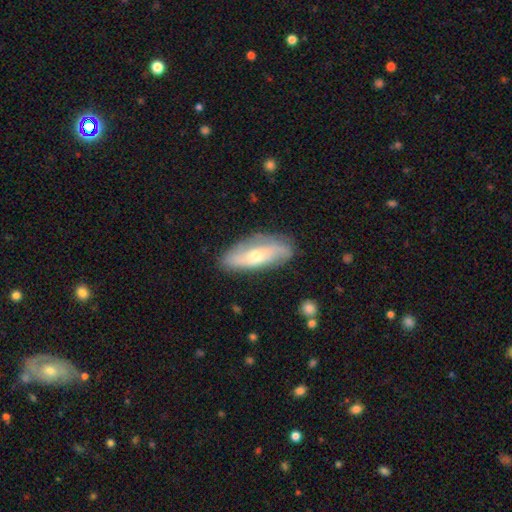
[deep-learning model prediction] Q: Smooth or featured?
A: featured or disk (57%); runner-up: smooth (37%)
Q: Edge-on disk?
A: no (78%); runner-up: yes (22%)
Q: Merging?
A: none (77%); runner-up: minor disturbance (17%)